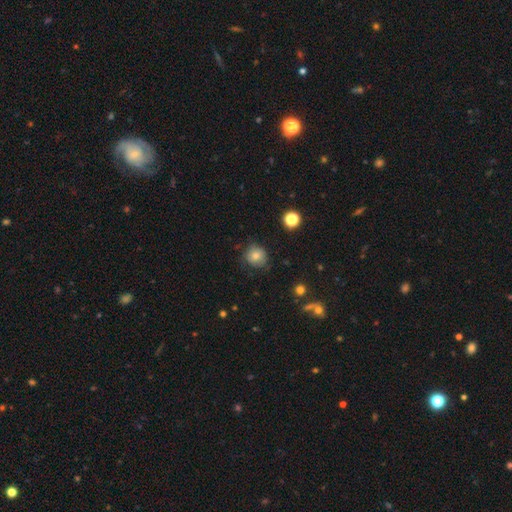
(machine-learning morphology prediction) Smooth or featured? smooth (77%)
How rounded? round (86%)
Merging? none (73%)